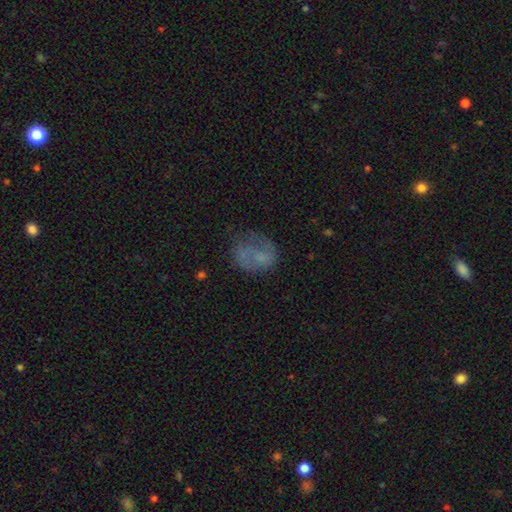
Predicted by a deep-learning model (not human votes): Smooth or featured? Predicted: featured or disk (p=0.43). Merging? Predicted: none (p=0.47).